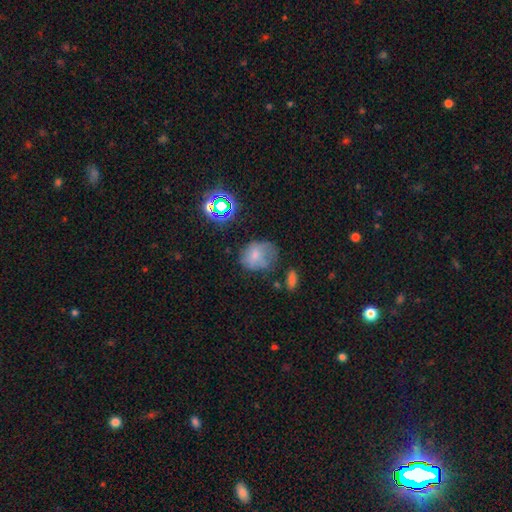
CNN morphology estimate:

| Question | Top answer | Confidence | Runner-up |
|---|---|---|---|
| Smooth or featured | smooth | 66% | featured or disk (18%) |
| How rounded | round | 55% | in between (44%) |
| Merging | none | 43% | minor disturbance (31%) |